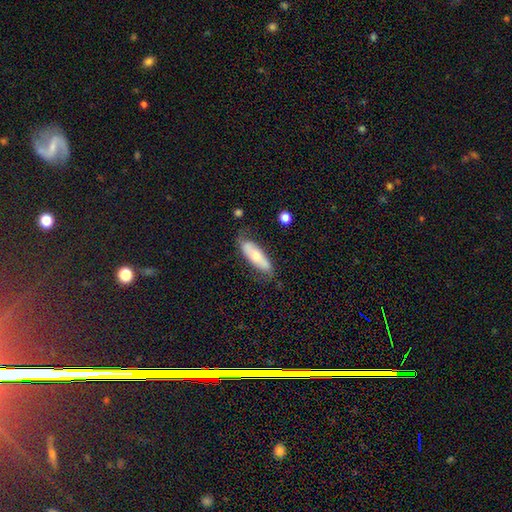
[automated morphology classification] Smooth or featured? Predicted: smooth (p=0.57). How rounded? Predicted: in between (p=0.59). Merging? Predicted: none (p=0.68).